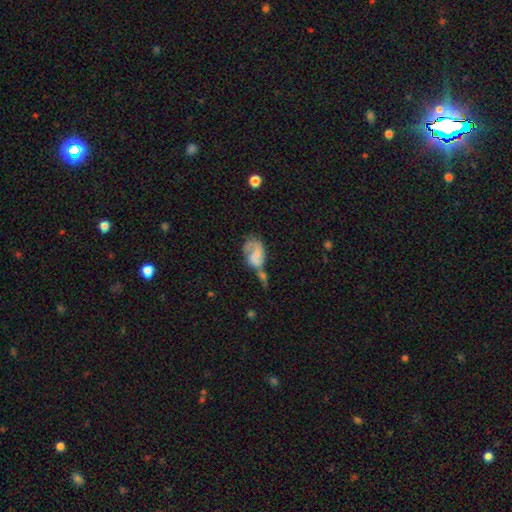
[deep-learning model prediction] smooth 48%, featured or disk 42%, star or artifact 10%. Down the decision tree: merging — merger (34%).